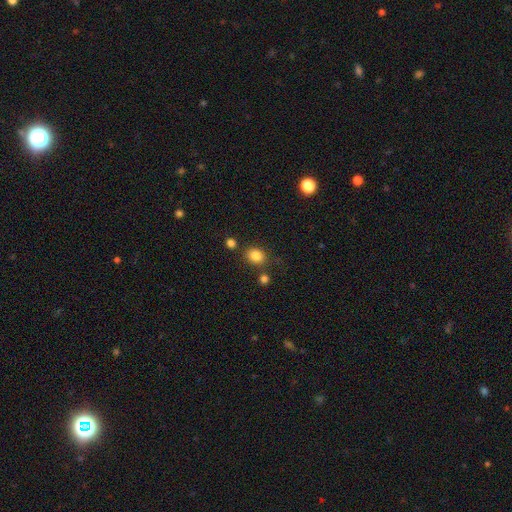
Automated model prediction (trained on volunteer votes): smooth_or_featured: smooth (p=0.84) [alt: star or artifact p=0.11]
how_rounded: round (p=0.54) [alt: in between p=0.45]
merging: none (p=0.76) [alt: minor disturbance p=0.12]